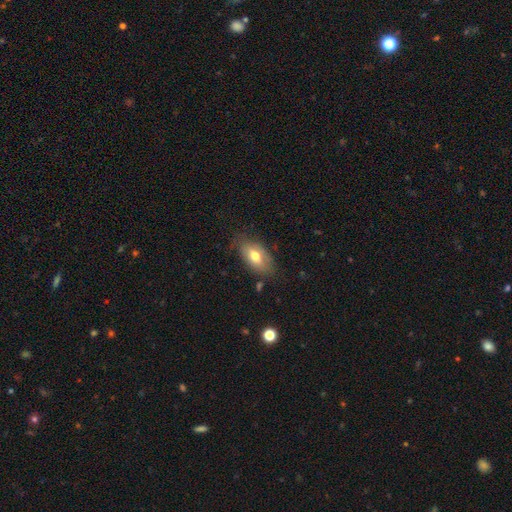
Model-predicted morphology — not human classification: The model was most divided on "smooth or featured": smooth: 70%, featured or disk: 23%, star or artifact: 7%. More confident: how rounded — in between (90%); merging — none (74%).